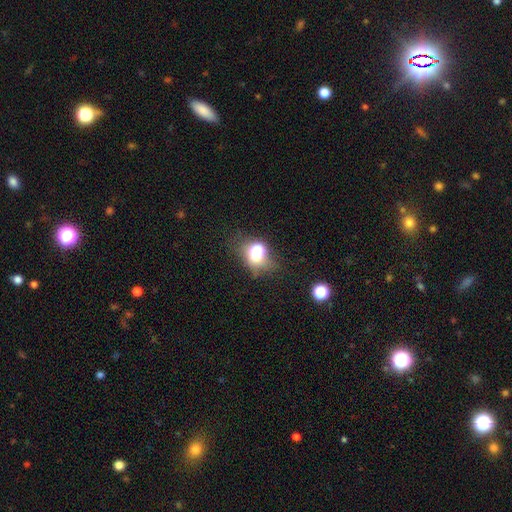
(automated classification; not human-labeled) Smooth or featured? smooth (57%)
How rounded? round (54%)
Merging? none (53%)